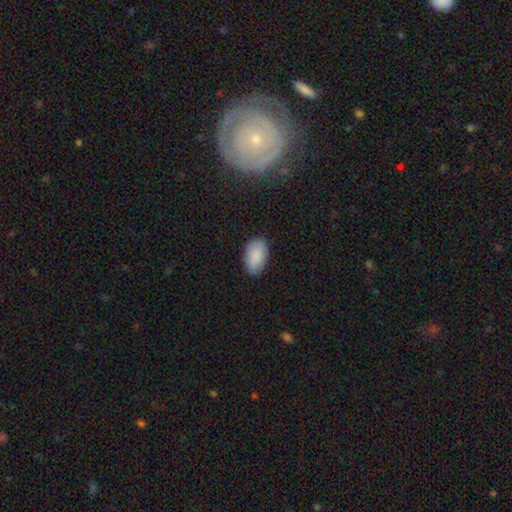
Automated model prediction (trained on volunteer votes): Smooth or featured? smooth (89%)
How rounded? in between (94%)
Merging? none (87%)